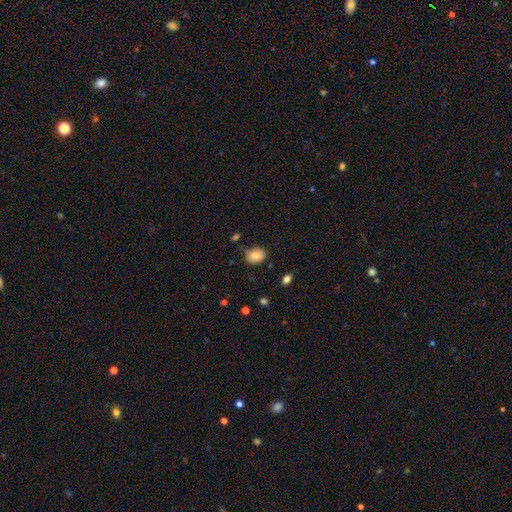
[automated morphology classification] smooth 80%, featured or disk 10%, star or artifact 9%. Down the decision tree: how rounded — in between (54%); merging — none (73%).